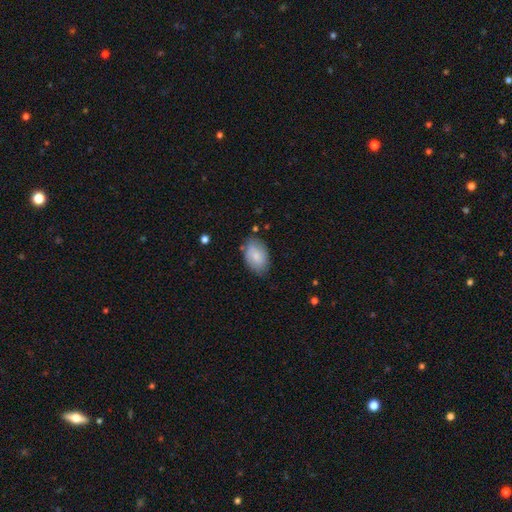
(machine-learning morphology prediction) smooth 77%, featured or disk 17%, star or artifact 6%. Down the decision tree: how rounded — in between (91%); merging — none (74%).